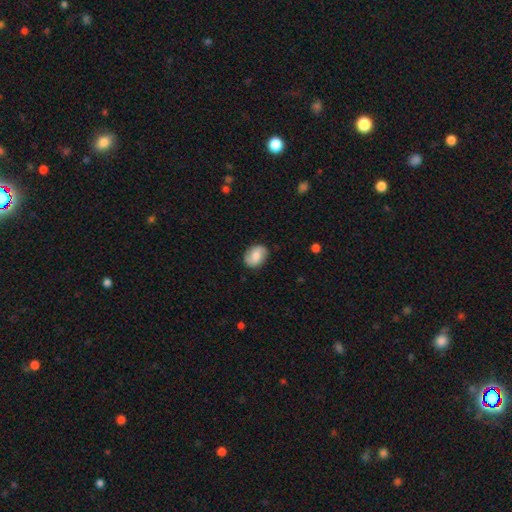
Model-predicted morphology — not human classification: Overall: smooth (65%; featured or disk 27%). How rounded: in between (70%). Merging: none (81%).